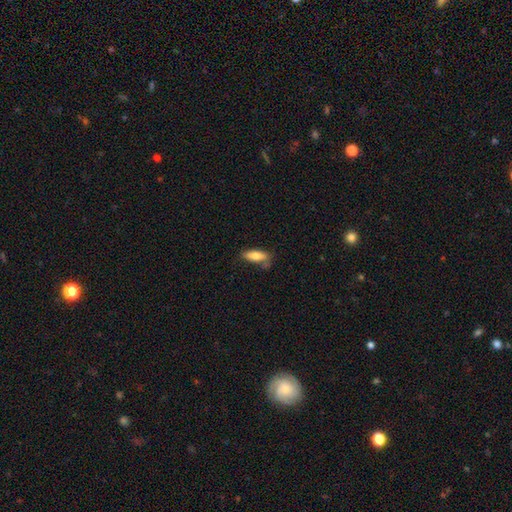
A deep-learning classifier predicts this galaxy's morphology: Smooth or featured?
  - smooth: 75% *
  - featured or disk: 18%
  - star or artifact: 7%
How rounded?
  - in between: 61% *
  - cigar-shaped: 37%
  - round: 2%
Merging?
  - none: 66% *
  - minor disturbance: 22%
  - merger: 7%
  - major disturbance: 5%